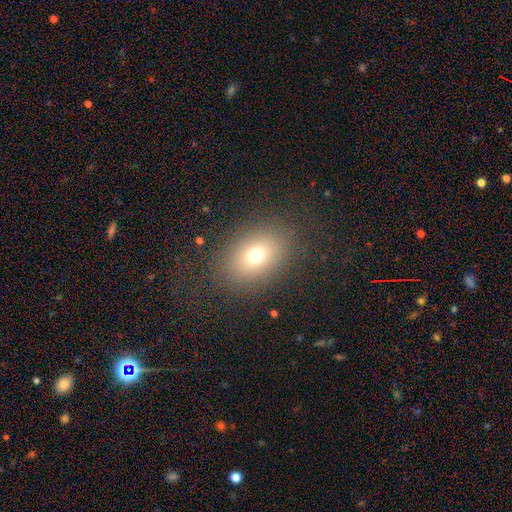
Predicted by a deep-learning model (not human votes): Smooth or featured? smooth (71%)
How rounded? in between (67%)
Merging? none (84%)